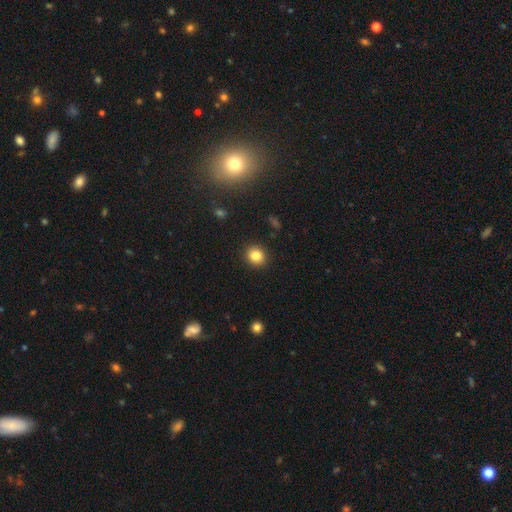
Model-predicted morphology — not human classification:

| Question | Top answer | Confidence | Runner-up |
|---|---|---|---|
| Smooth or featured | smooth | 83% | star or artifact (11%) |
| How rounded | round | 82% | in between (17%) |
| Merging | none | 91% | minor disturbance (6%) |